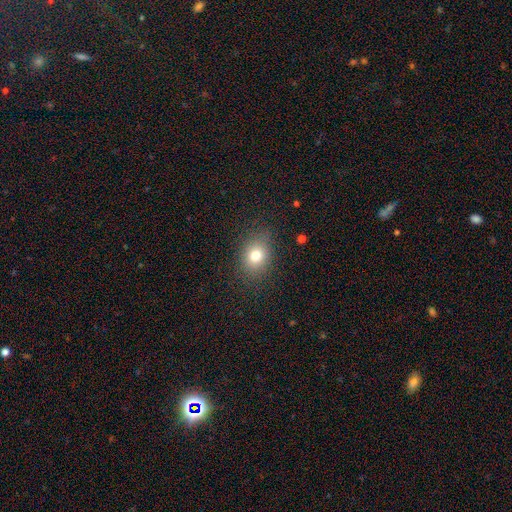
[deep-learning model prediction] Morphology: type=smooth (75%); roundness=in between (49%, tied with round); merging=none (83%).